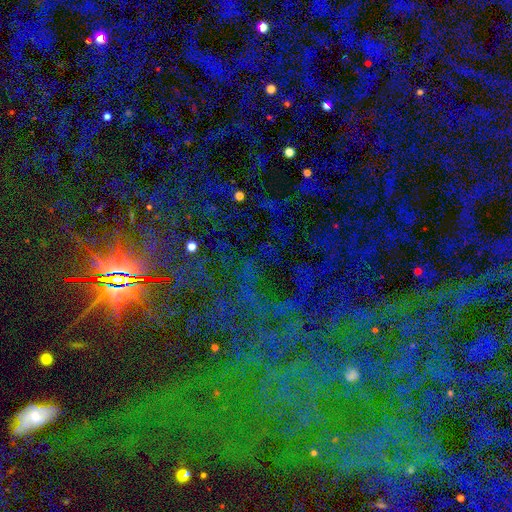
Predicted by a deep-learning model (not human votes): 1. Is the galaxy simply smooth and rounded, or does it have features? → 82% star or artifact, 9% featured or disk, 9% smooth.